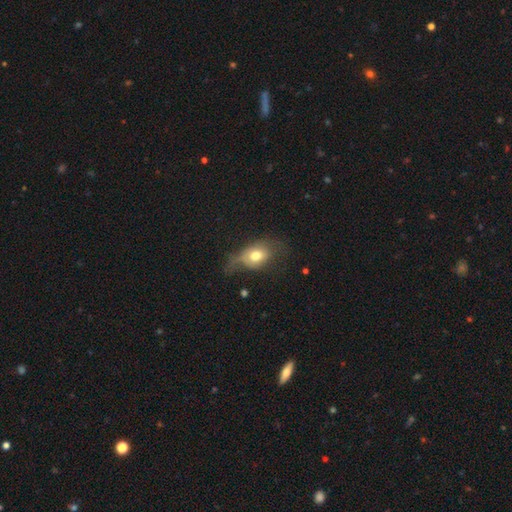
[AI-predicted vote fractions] smooth 69%, featured or disk 22%, star or artifact 9%. Down the decision tree: how rounded — in between (74%); merging — major disturbance (33%).